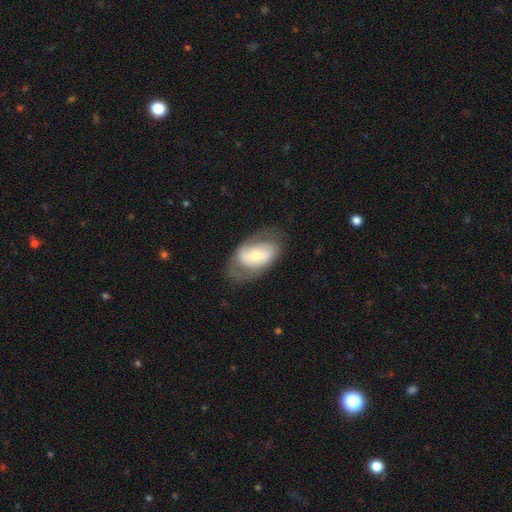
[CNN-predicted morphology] Q: Smooth or featured?
A: featured or disk (54%); runner-up: smooth (40%)
Q: Edge-on disk?
A: no (92%); runner-up: yes (8%)
Q: Merging?
A: none (61%); runner-up: minor disturbance (22%)